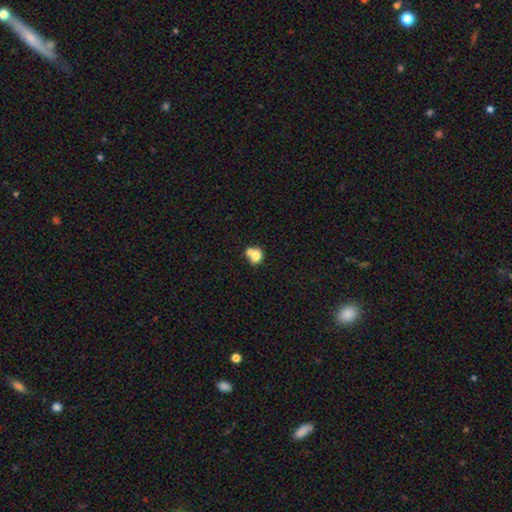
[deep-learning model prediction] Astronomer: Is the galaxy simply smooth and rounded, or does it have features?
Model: smooth — 73%.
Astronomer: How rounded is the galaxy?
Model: round — 64%.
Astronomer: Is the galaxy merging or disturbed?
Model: merger — 56% (runner-up: none, 32%).